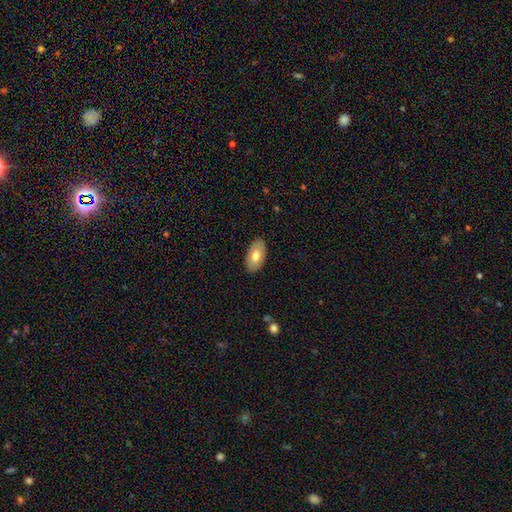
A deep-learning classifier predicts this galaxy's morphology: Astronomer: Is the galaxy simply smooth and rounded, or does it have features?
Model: smooth — 69%.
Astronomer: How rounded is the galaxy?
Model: in between — 95%.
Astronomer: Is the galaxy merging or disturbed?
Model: none — 88%.